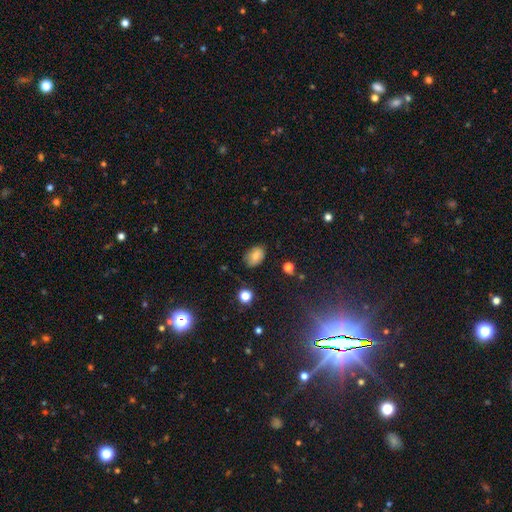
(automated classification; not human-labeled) A smooth galaxy with no disk features (78%) that is in between round and cigar-shaped (78%). Merging: none (69%).